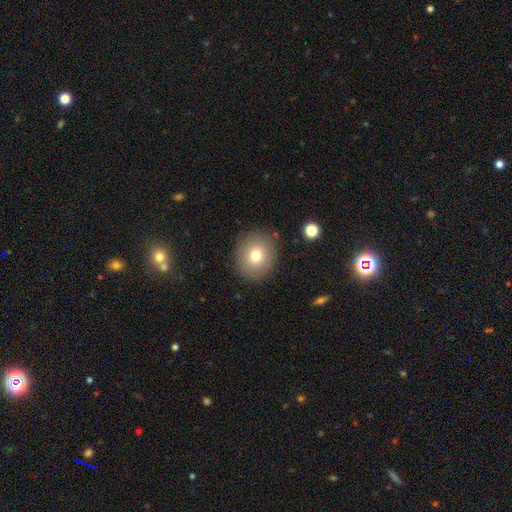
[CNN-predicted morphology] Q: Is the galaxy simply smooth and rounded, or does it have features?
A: smooth — 75%.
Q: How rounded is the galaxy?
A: round — 81%.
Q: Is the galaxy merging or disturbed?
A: none — 86%.